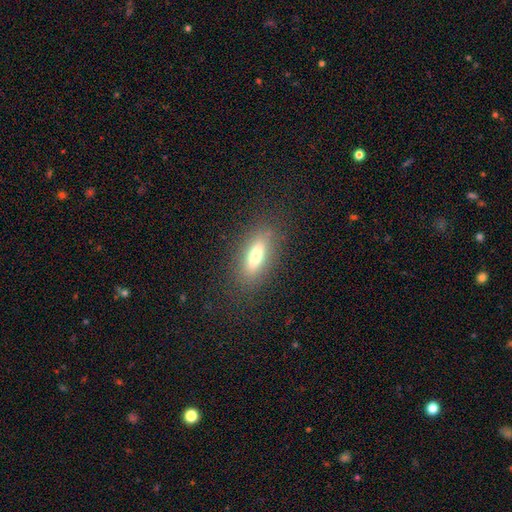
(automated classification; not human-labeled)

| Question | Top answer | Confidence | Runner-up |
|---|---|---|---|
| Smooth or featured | smooth | 67% | featured or disk (24%) |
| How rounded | in between | 66% | cigar-shaped (31%) |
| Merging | none | 84% | minor disturbance (10%) |